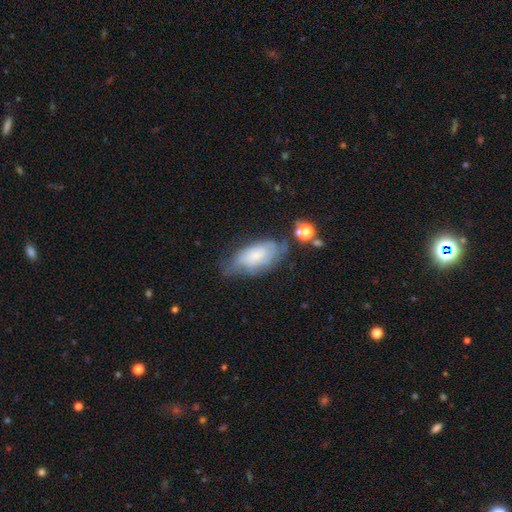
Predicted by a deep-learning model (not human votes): This appears to be a smooth galaxy with no disk features (50%) that is in between round and cigar-shaped (89%). Merging: none (46%).